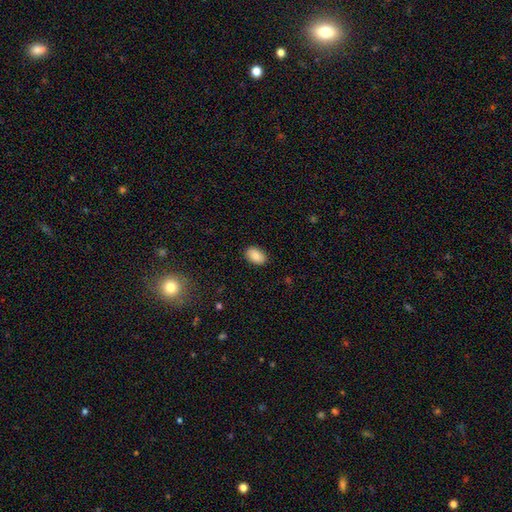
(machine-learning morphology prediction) This is clearly a smooth galaxy (88%). How rounded: clearly in between (89%). Merging: clearly none (87%).